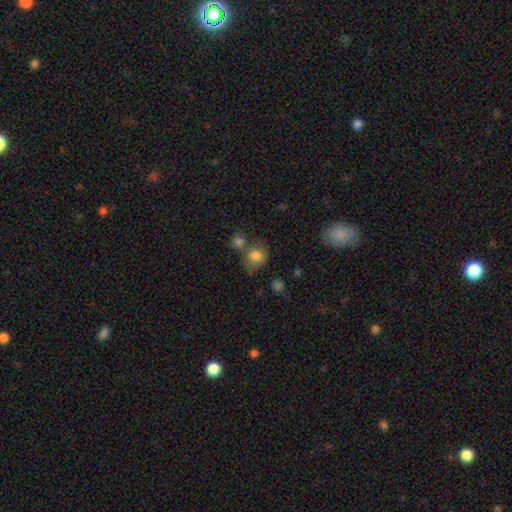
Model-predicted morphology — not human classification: smooth-or-featured: smooth: 80% | star or artifact: 11% | featured or disk: 9%
  how-rounded: round: 74% | in between: 25% | cigar-shaped: 1%
  merging: none: 51% | merger: 29% | minor disturbance: 14% | major disturbance: 6%